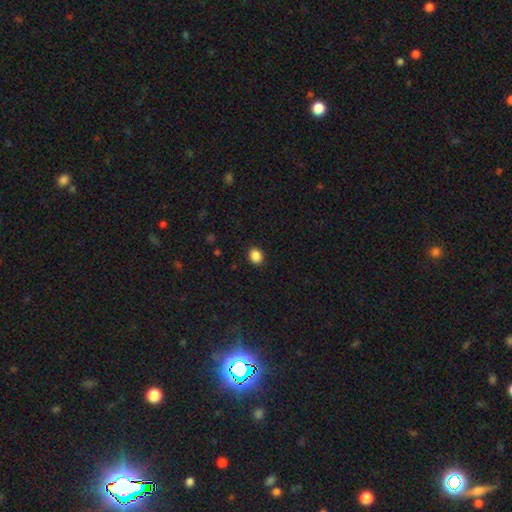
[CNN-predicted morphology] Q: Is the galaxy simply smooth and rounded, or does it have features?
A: smooth — 87%.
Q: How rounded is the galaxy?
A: round — 56%.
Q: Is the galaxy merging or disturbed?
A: none — 90%.